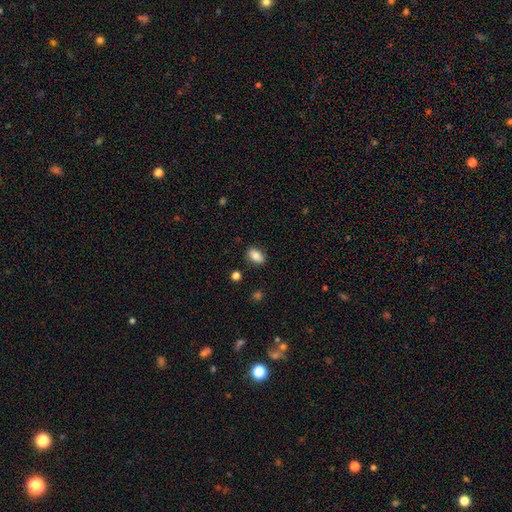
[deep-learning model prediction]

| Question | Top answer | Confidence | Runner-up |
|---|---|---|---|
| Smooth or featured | smooth | 82% | featured or disk (10%) |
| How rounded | in between | 86% | round (11%) |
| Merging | none | 84% | minor disturbance (12%) |